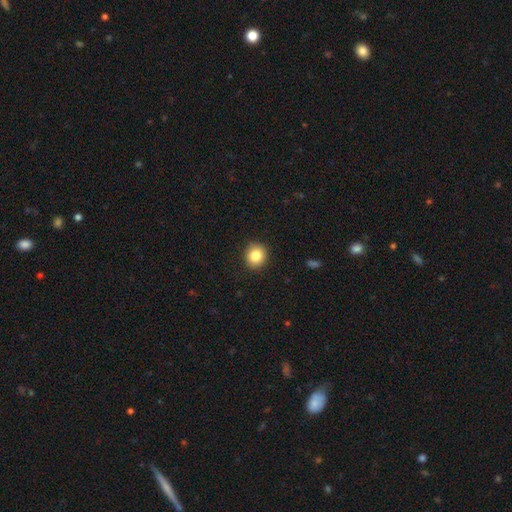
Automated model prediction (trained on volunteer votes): This is clearly a smooth galaxy (84%). How rounded: clearly round (85%). Merging: clearly none (91%).